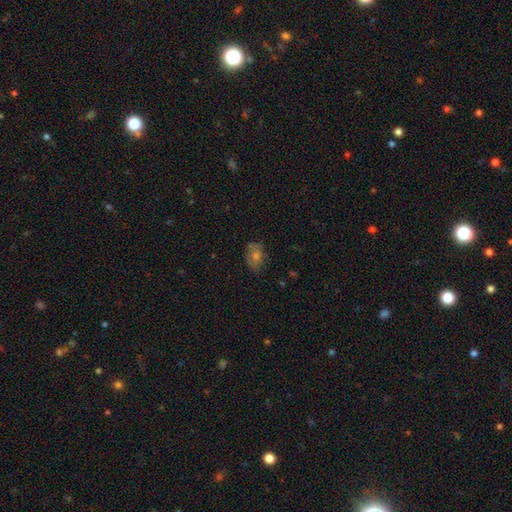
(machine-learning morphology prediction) type=smooth (46%); merging=none (74%).